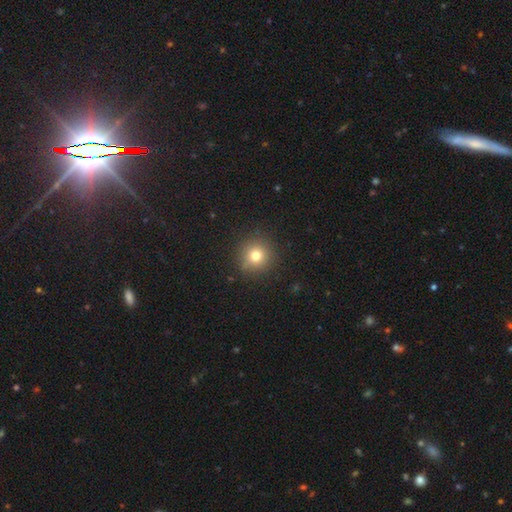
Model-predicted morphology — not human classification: Smooth or featured: smooth — 77% (star or artifact — 15%)
How rounded: round — 94% (in between — 5%)
Merging: none — 89% (minor disturbance — 7%)